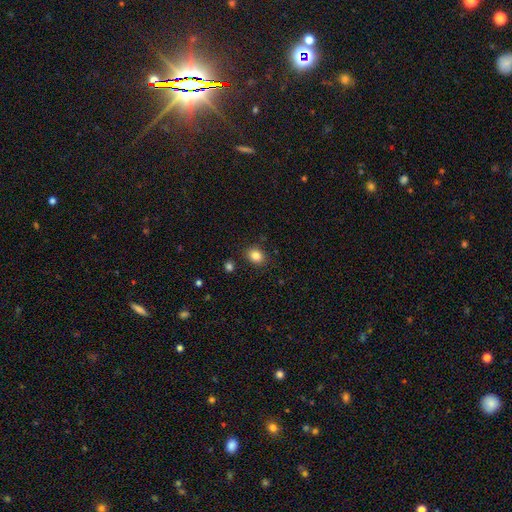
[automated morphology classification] This is clearly a smooth galaxy (84%). How rounded: possibly round (51%). Merging: clearly none (86%).